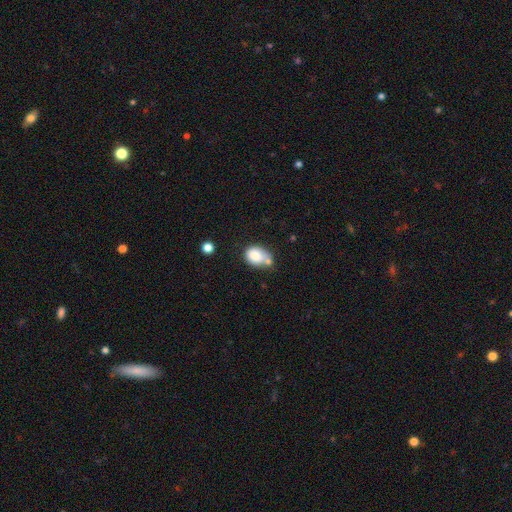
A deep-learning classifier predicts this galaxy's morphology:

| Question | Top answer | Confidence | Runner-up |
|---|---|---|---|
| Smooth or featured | smooth | 80% | featured or disk (11%) |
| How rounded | in between | 57% | round (42%) |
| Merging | none | 40% | merger (30%) |